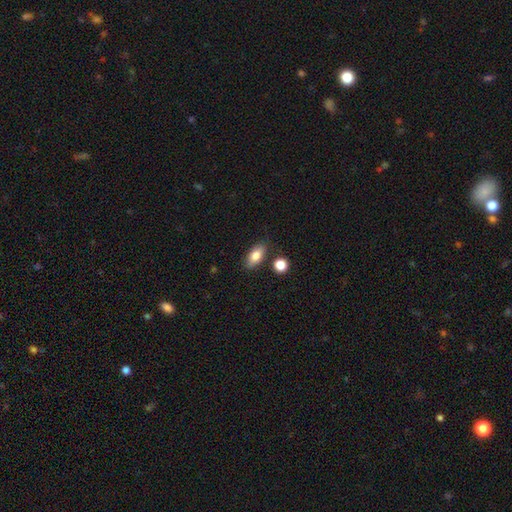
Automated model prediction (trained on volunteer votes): smooth 82%, featured or disk 10%, star or artifact 8%. Down the decision tree: how rounded — in between (85%); merging — none (81%).